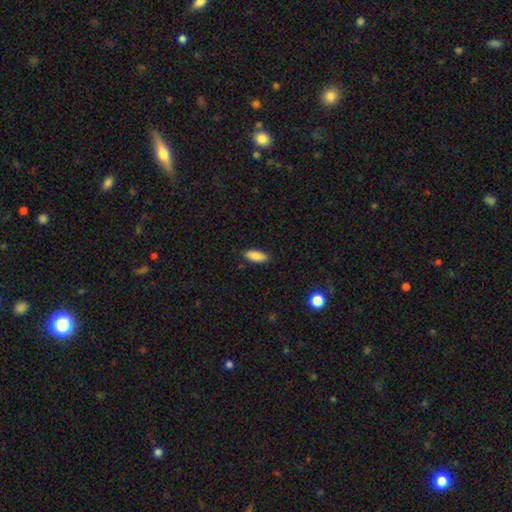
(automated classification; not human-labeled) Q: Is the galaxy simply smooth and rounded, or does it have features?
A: smooth — 87%.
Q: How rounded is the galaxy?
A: in between — 75%.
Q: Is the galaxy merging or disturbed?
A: none — 86%.